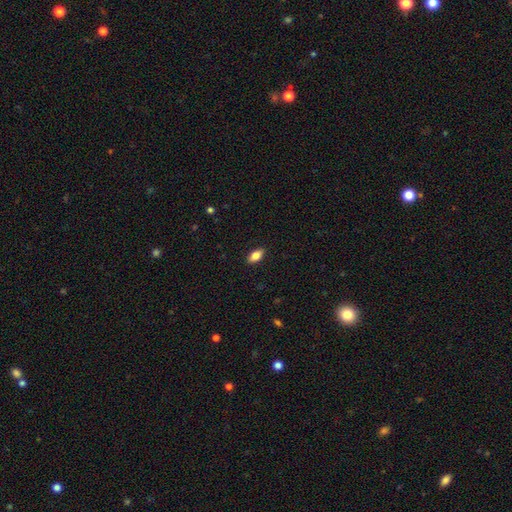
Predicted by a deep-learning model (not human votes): Smooth or featured? smooth (77%)
How rounded? in between (88%)
Merging? none (89%)